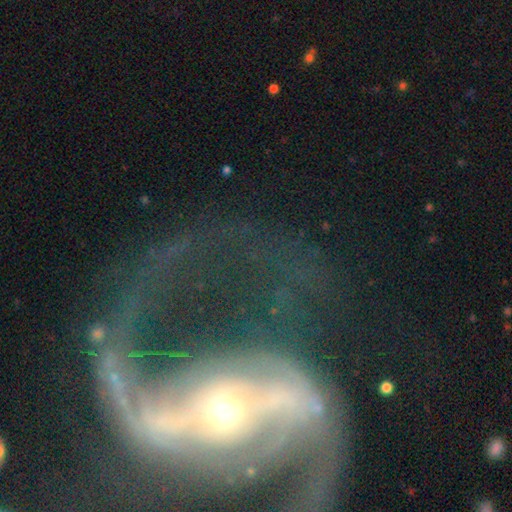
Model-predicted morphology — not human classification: Smooth or featured: featured or disk — 89% (star or artifact — 6%)
Edge-on disk: no — 96% (yes — 4%)
Bar: strong — 59% (weak — 23%)
Spiral arms: yes — 94% (no — 6%)
Spiral winding: medium — 44% (loose — 42%)
Spiral arm count: 2 — 86% (can't tell — 4%)
Bulge size: small — 62% (moderate — 32%)
Merging: none — 57% (major disturbance — 25%)